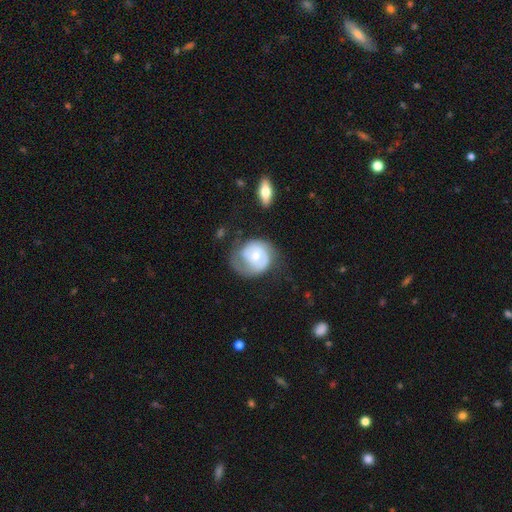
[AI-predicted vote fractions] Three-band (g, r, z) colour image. It shows a featured or disk galaxy (61%) with no bar (74%), spiral arms (72%) and a moderate central bulge (52%). Merging: none (39%).